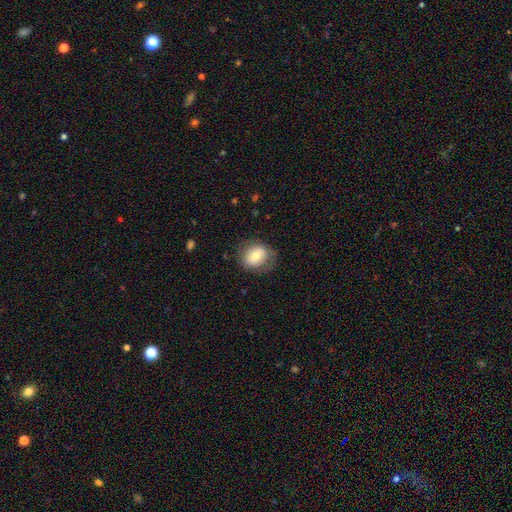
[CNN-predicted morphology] The model was most divided on "how rounded": round: 55%, in between: 44%, cigar-shaped: 1%. More confident: merging — none (72%); smooth or featured — smooth (69%).